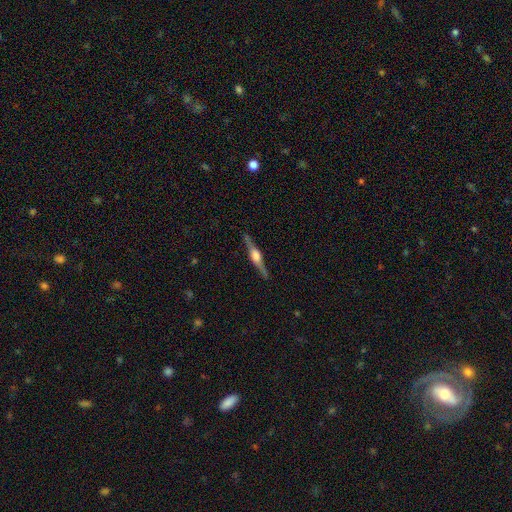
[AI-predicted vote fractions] The model was most divided on "smooth or featured": featured or disk: 83%, smooth: 12%, star or artifact: 5%. More confident: edge-on disk — yes (98%); merging — none (90%); edge-on bulge — rounded (88%).